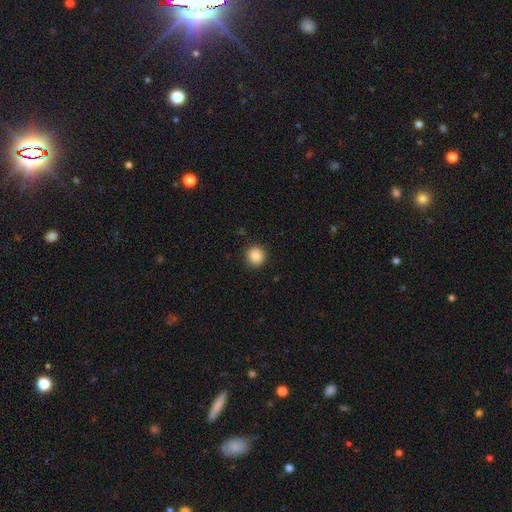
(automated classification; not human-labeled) Q: Smooth or featured?
A: smooth (88%); runner-up: star or artifact (9%)
Q: How rounded?
A: round (93%); runner-up: in between (6%)
Q: Merging?
A: none (90%); runner-up: minor disturbance (7%)